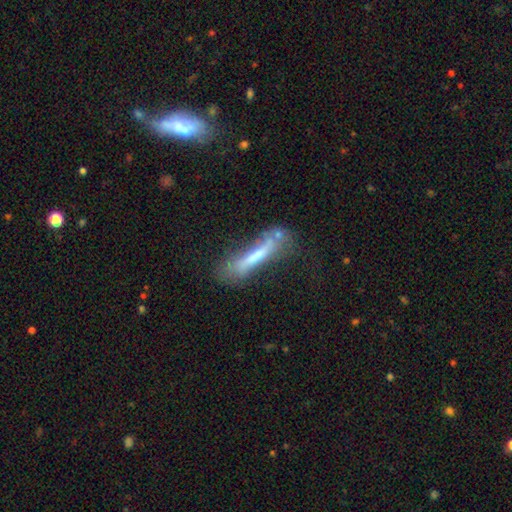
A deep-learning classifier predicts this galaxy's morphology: Smooth or featured?
  - smooth: 51% *
  - featured or disk: 42%
  - star or artifact: 8%
How rounded?
  - cigar-shaped: 88% *
  - in between: 10%
  - round: 2%
Merging?
  - none: 45% *
  - minor disturbance: 24%
  - major disturbance: 17%
  - merger: 14%